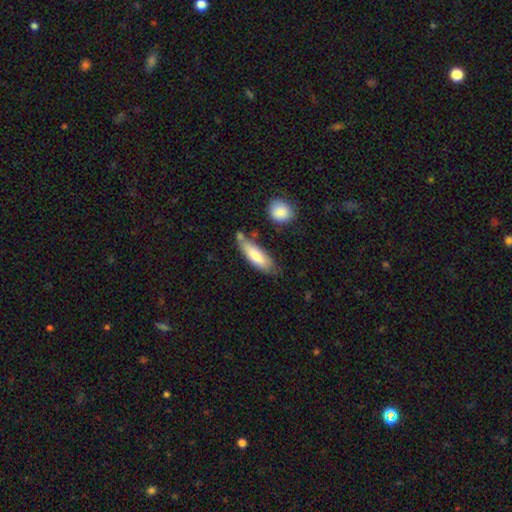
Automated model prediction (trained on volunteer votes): Morphology: type=smooth (76%); roundness=in between (52%); merging=none (58%).